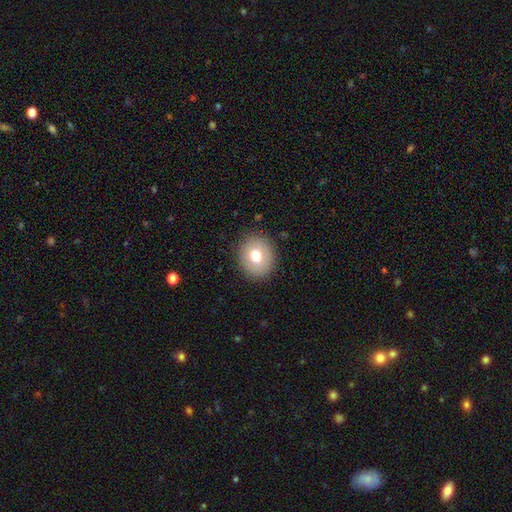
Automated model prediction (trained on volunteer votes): A smooth galaxy with no disk features (71%) that is round (71%).

Vote fractions:
- Smooth or featured? smooth: 71% / featured or disk: 20% / star or artifact: 9%
- How rounded? round: 71% / in between: 29% / cigar-shaped: 1%
- Merging? none: 87% / minor disturbance: 9% / major disturbance: 3% / merger: 1%